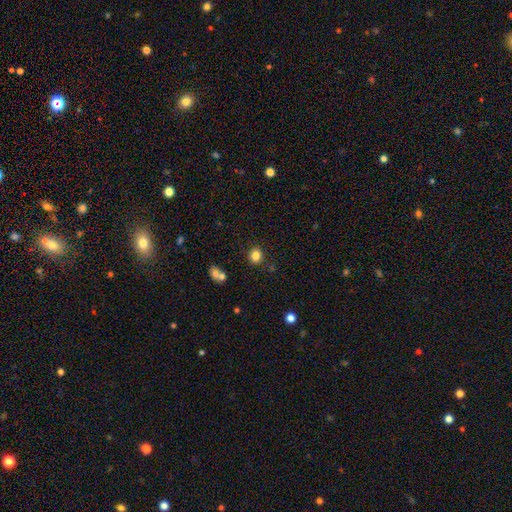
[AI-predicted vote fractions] Overall: smooth (82%). How rounded: round (82%). Merging: none (86%).